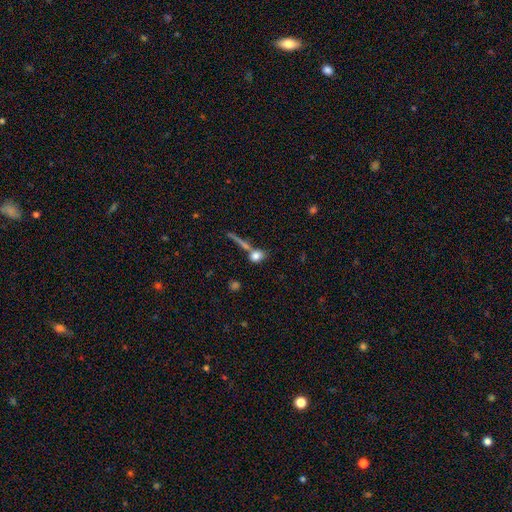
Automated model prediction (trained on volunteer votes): Smooth or featured? Predicted: smooth (p=0.76). How rounded? Predicted: round (p=0.45). Merging? Predicted: none (p=0.51).